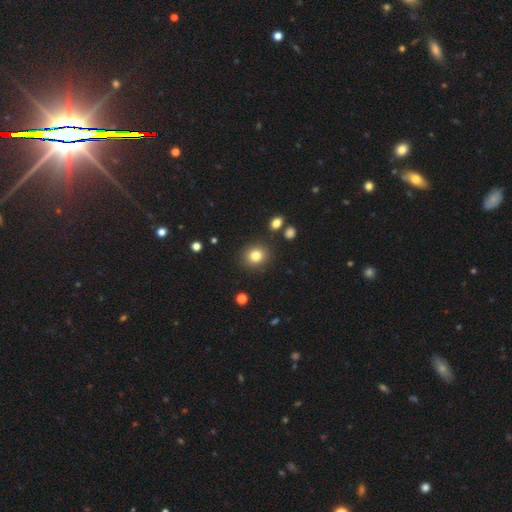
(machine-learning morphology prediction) A smooth galaxy with no disk features (81%) that is round (83%).

Vote fractions:
- Smooth or featured? smooth: 81% / star or artifact: 12% / featured or disk: 7%
- How rounded? round: 83% / in between: 16% / cigar-shaped: 1%
- Merging? none: 88% / minor disturbance: 7% / major disturbance: 2% / merger: 2%